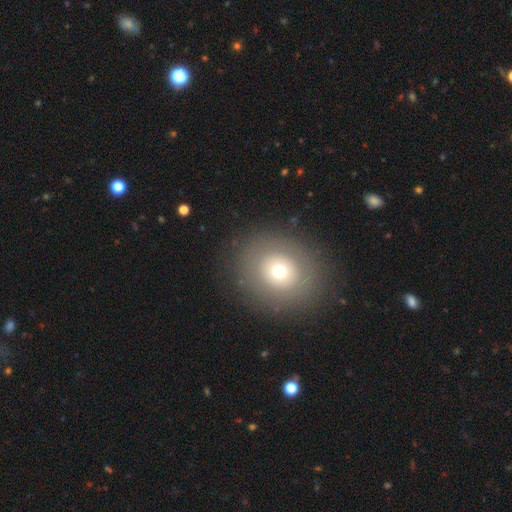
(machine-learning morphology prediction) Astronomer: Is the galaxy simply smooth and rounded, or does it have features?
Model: smooth — 63%.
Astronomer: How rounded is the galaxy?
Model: round — 77%.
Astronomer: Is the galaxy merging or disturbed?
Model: none — 87%.